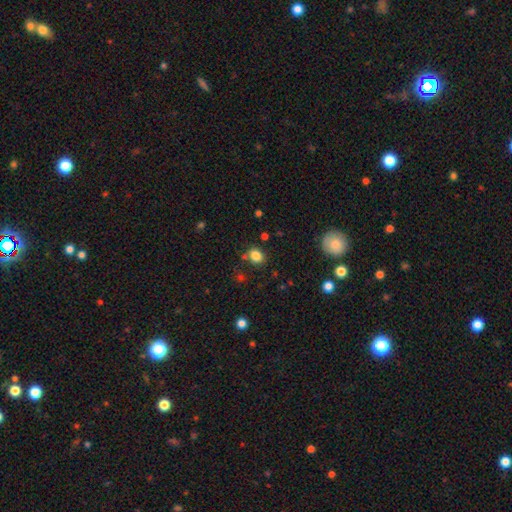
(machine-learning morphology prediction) type=smooth (83%); roundness=round (54%); merging=none (78%).